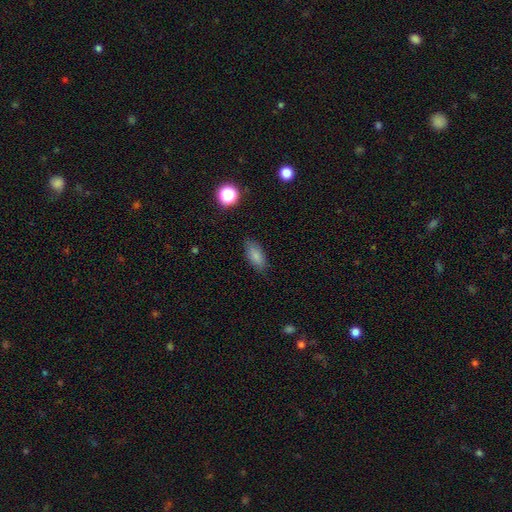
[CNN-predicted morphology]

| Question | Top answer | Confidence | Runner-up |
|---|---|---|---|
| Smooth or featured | smooth | 84% | star or artifact (9%) |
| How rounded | in between | 85% | cigar-shaped (12%) |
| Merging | none | 81% | minor disturbance (14%) |